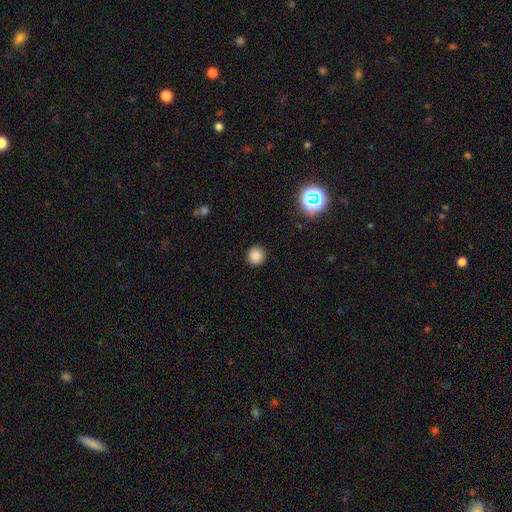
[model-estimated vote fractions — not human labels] This is clearly a smooth galaxy (84%). How rounded: clearly round (94%). Merging: clearly none (92%).